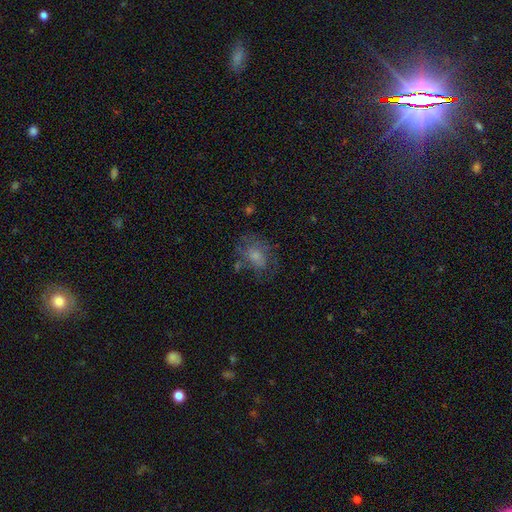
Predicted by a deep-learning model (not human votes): Overall: smooth (54%; featured or disk 34%). How rounded: in between (63%; round 36%). Merging: none (50%; minor disturbance 24%).